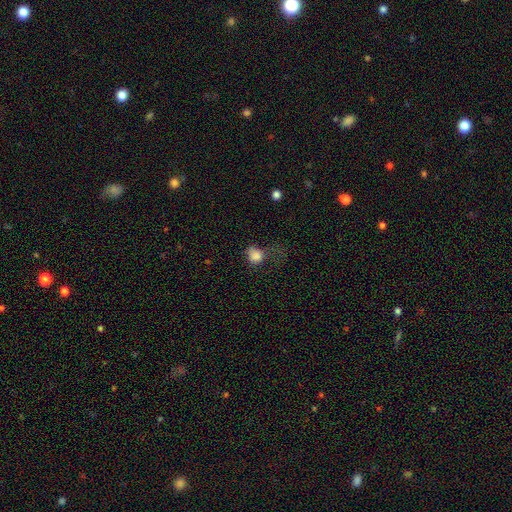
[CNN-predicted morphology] smooth-or-featured: smooth: 80% | star or artifact: 11% | featured or disk: 10%
  how-rounded: round: 62% | in between: 36% | cigar-shaped: 1%
  merging: major disturbance: 51% | none: 23% | minor disturbance: 22% | merger: 5%